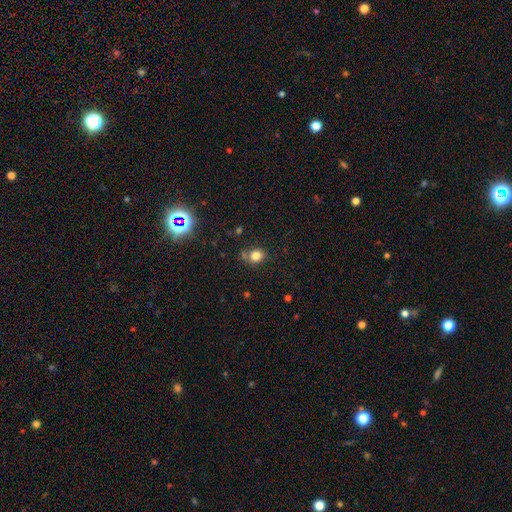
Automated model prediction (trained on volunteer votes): smooth 80%, star or artifact 14%, featured or disk 7%. Down the decision tree: how rounded — round (61%); merging — none (68%).